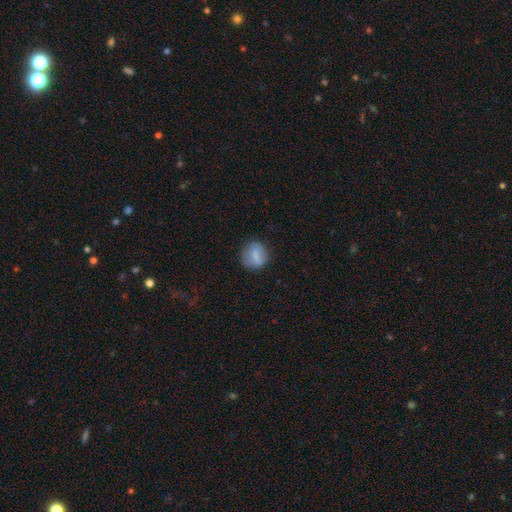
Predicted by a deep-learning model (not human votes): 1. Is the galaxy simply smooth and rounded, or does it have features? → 67% smooth, 25% featured or disk, 8% star or artifact.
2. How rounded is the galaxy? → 76% round, 22% in between, 2% cigar-shaped.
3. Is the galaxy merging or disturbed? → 78% none, 15% minor disturbance, 6% major disturbance, 1% merger.